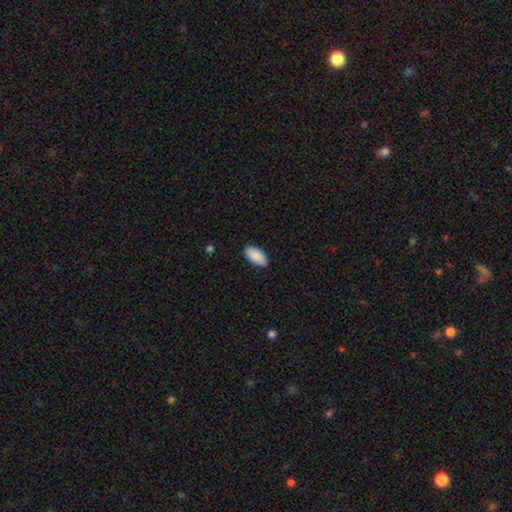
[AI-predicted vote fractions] Smooth or featured? smooth (90%)
How rounded? in between (95%)
Merging? none (88%)